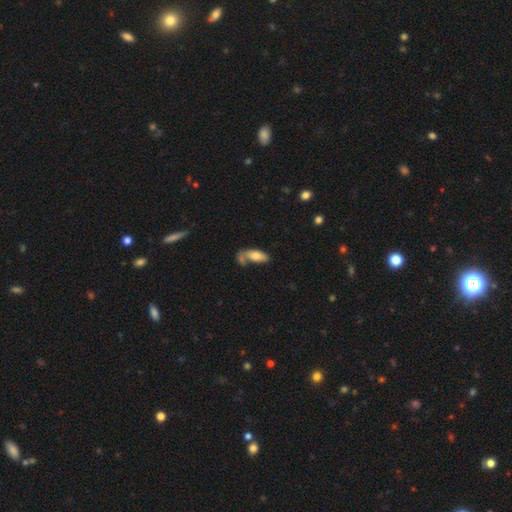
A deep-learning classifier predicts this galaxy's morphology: Smooth or featured? smooth (73%)
How rounded? in between (80%)
Merging? none (41%)